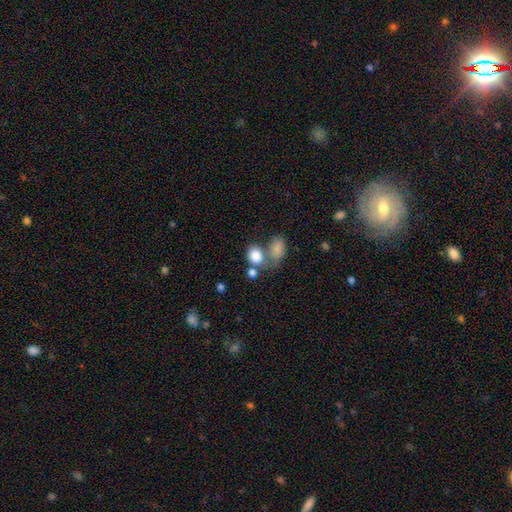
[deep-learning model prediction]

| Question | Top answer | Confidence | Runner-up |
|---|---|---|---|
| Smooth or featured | smooth | 83% | star or artifact (9%) |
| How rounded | in between | 57% | round (42%) |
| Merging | merger | 41% | none (39%) |